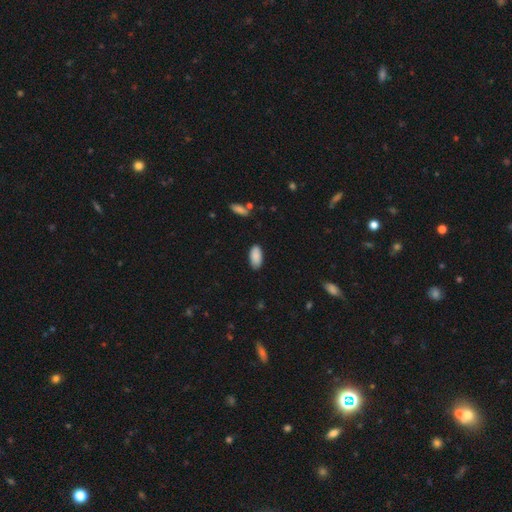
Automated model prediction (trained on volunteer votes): Smooth or featured: smooth — 89% (star or artifact — 6%)
How rounded: in between — 93% (cigar-shaped — 5%)
Merging: none — 84% (minor disturbance — 12%)